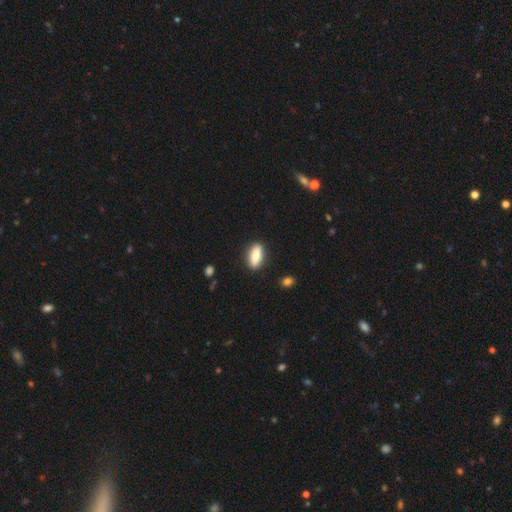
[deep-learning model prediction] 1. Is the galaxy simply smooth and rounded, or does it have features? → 79% smooth, 14% featured or disk, 7% star or artifact.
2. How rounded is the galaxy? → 62% in between, 35% cigar-shaped, 3% round.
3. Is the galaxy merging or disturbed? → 89% none, 8% minor disturbance, 2% major disturbance, 1% merger.